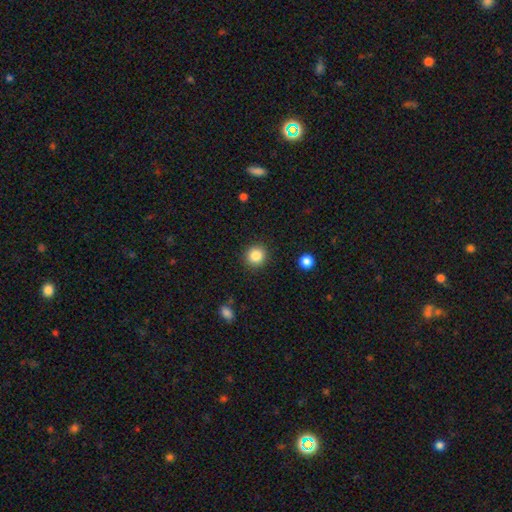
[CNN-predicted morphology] Smooth or featured? smooth (85%)
How rounded? round (92%)
Merging? none (91%)